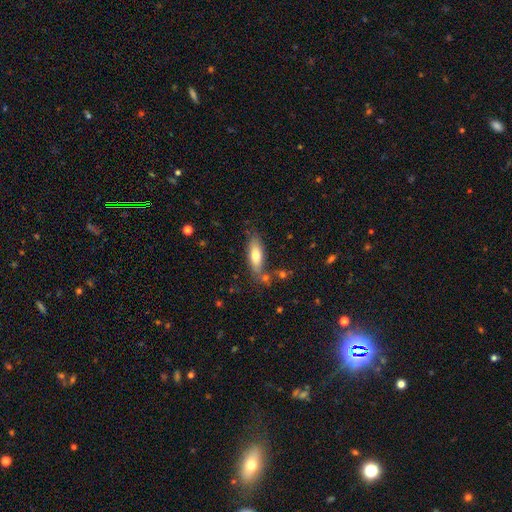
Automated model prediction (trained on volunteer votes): This is likely a smooth galaxy (73%). How rounded: likely in between (62%). Merging: likely none (71%).